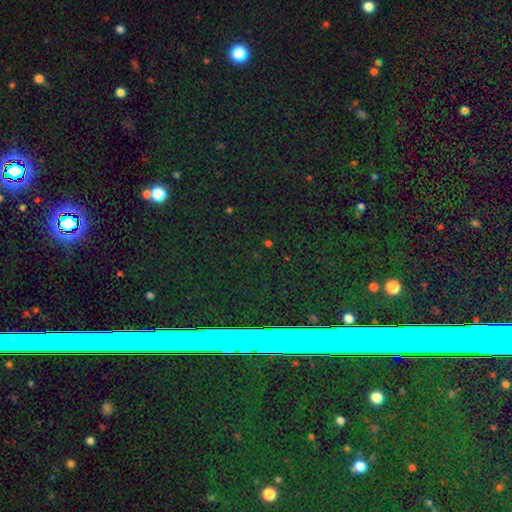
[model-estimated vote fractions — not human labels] The model was most divided on "smooth or featured": star or artifact: 82%, smooth: 10%, featured or disk: 8%.